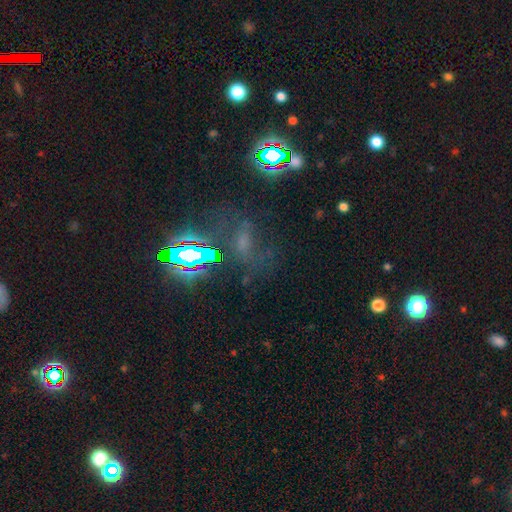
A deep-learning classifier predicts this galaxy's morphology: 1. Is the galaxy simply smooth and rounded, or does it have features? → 66% star or artifact, 18% smooth, 16% featured or disk.